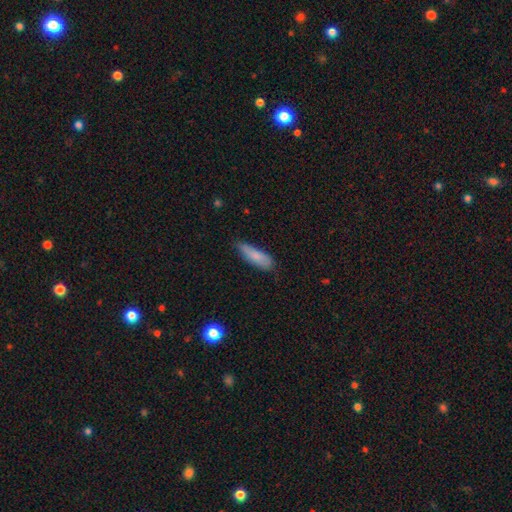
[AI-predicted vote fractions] Smooth or featured? smooth (79%)
How rounded? cigar-shaped (50%)
Merging? none (70%)